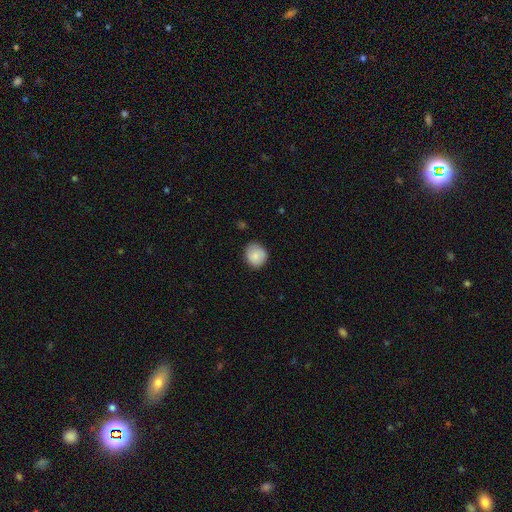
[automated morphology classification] A smooth galaxy with no disk features (84%) that is round (78%).

Vote fractions:
- Smooth or featured? smooth: 84% / featured or disk: 9% / star or artifact: 8%
- How rounded? round: 78% / in between: 21% / cigar-shaped: 1%
- Merging? none: 77% / minor disturbance: 19% / major disturbance: 3% / merger: 1%